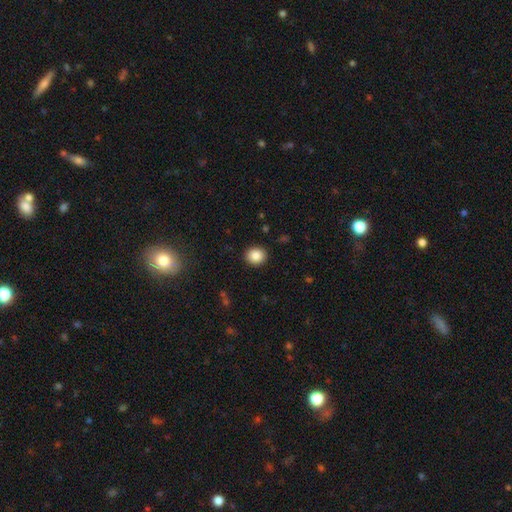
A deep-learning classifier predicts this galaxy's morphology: type=smooth (86%); roundness=round (80%); merging=none (91%).